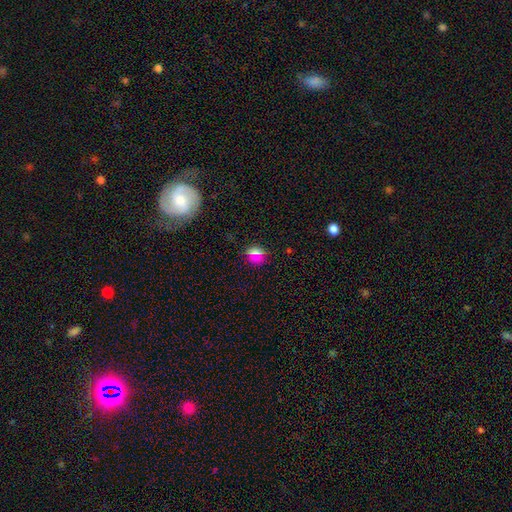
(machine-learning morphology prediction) Smooth or featured?
  - smooth: 67% *
  - star or artifact: 25%
  - featured or disk: 8%
How rounded?
  - round: 78% *
  - in between: 19%
  - cigar-shaped: 3%
Merging?
  - none: 86% *
  - minor disturbance: 9%
  - major disturbance: 3%
  - merger: 2%